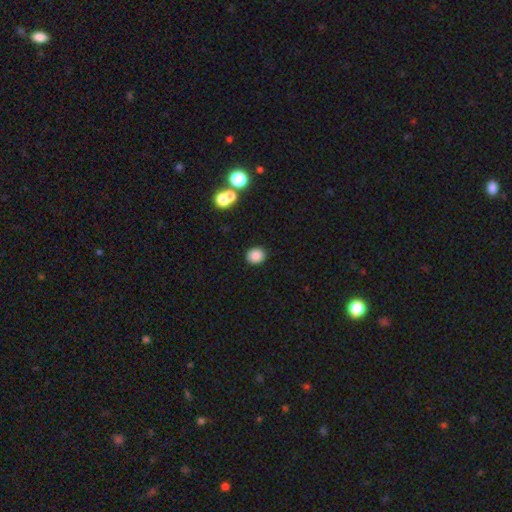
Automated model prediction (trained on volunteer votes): Smooth or featured? Predicted: smooth (p=0.85). How rounded? Predicted: round (p=0.78). Merging? Predicted: none (p=0.90).